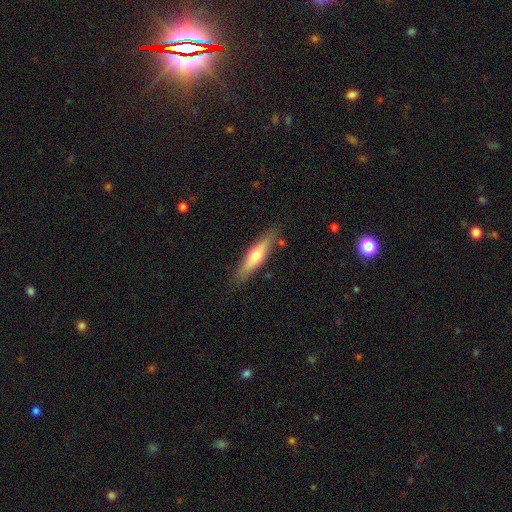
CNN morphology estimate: Overall: smooth (49%; featured or disk 45%). Merging: none (83%).